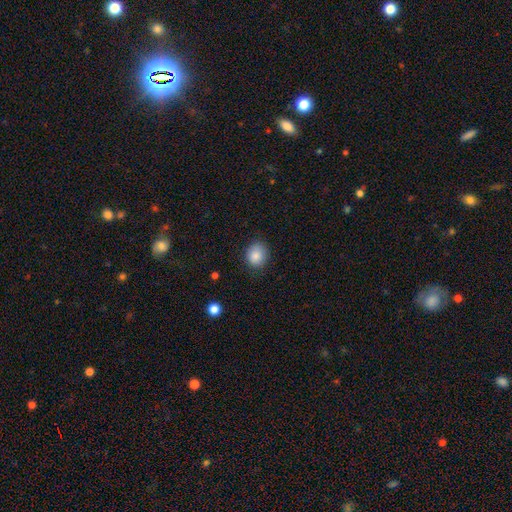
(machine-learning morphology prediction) Q: Smooth or featured?
A: smooth (86%); runner-up: star or artifact (9%)
Q: How rounded?
A: round (71%); runner-up: in between (28%)
Q: Merging?
A: none (83%); runner-up: minor disturbance (13%)